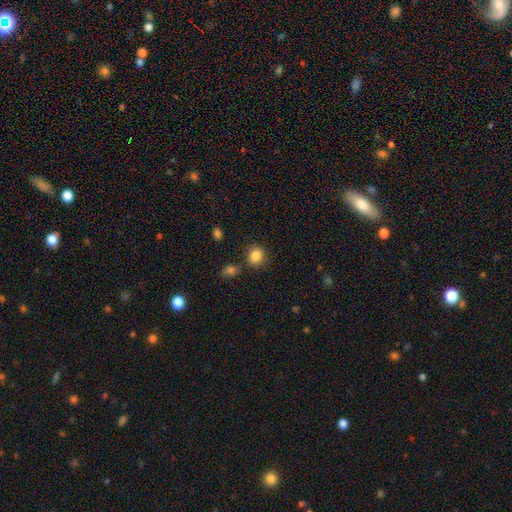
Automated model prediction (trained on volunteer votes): smooth 85%, star or artifact 10%, featured or disk 5%. Down the decision tree: how rounded — round (80%); merging — none (79%).